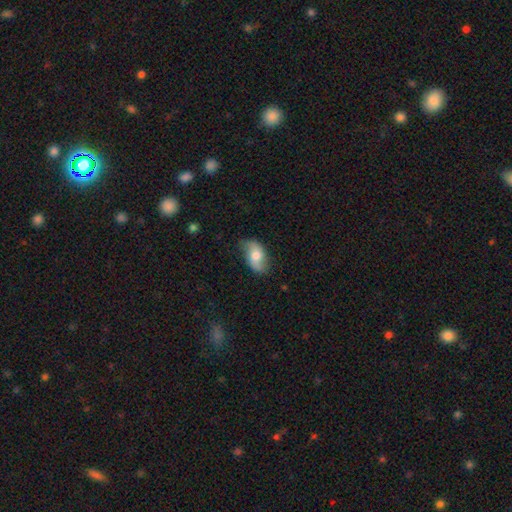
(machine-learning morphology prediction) A smooth galaxy with no disk features (58%) that is in between round and cigar-shaped (91%). Merging: none (71%).